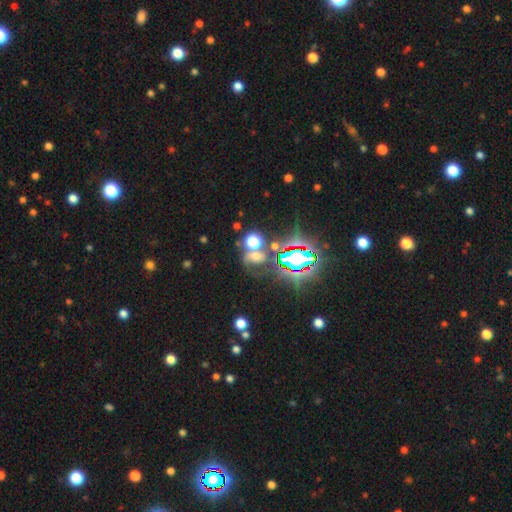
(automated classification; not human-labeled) A star or artifact, not a galaxy (42%).